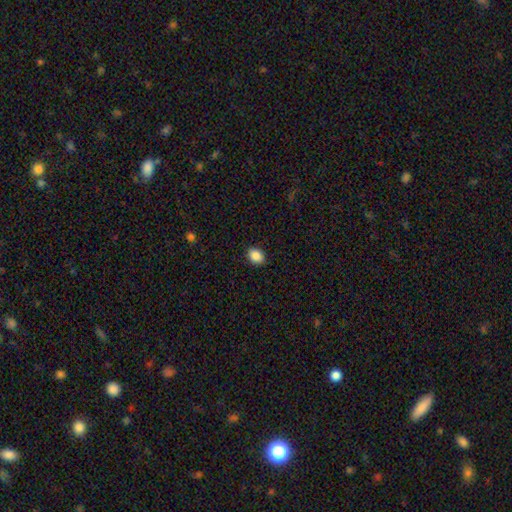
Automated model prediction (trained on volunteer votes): This is clearly a smooth galaxy (88%). How rounded: likely in between (60%). Merging: clearly none (91%).